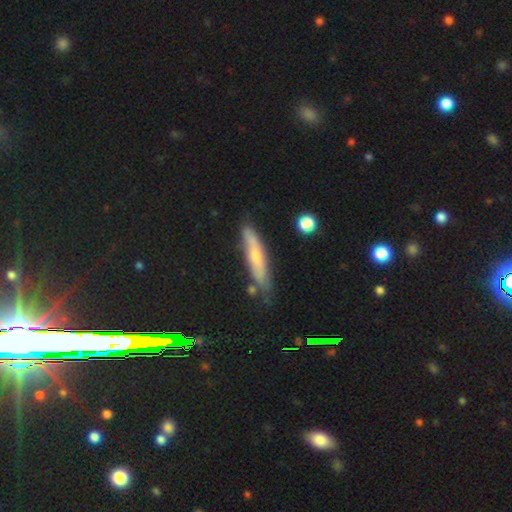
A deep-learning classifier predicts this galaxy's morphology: This is possibly a smooth galaxy (48%). Merging: likely none (72%).